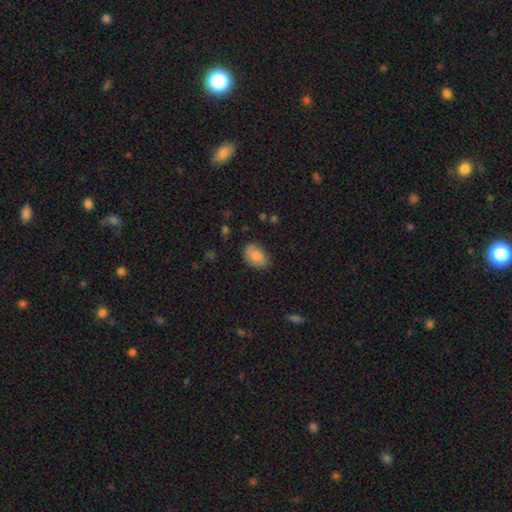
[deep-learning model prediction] smooth 86%, star or artifact 7%, featured or disk 7%. Down the decision tree: how rounded — in between (83%); merging — none (75%).